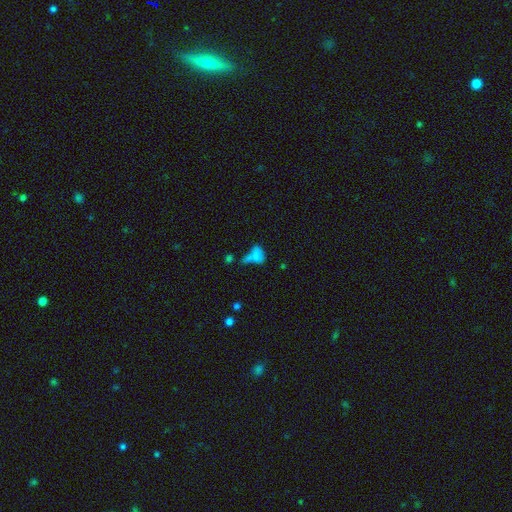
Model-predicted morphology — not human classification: The model was most divided on "merging": merger: 40%, none: 28%, minor disturbance: 17%, major disturbance: 15%. More confident: how rounded — in between (77%); smooth or featured — smooth (66%).